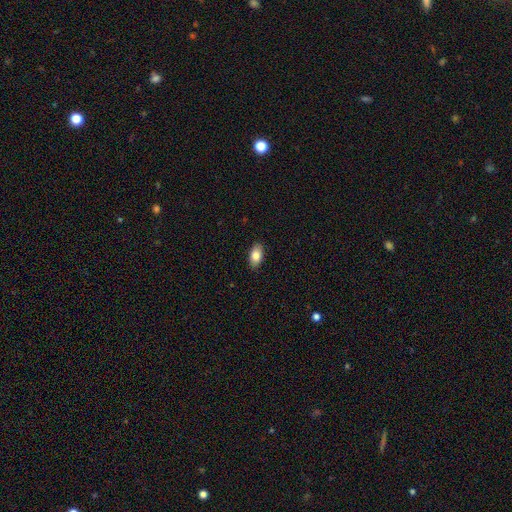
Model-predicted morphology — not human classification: Smooth or featured? Predicted: smooth (p=0.82). How rounded? Predicted: in between (p=0.92). Merging? Predicted: none (p=0.89).